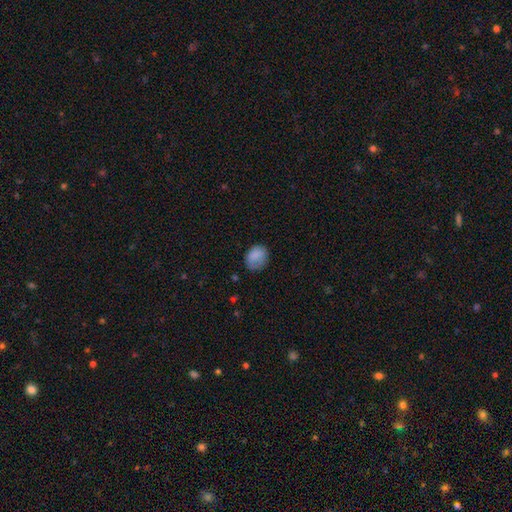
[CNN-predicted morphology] smooth_or_featured: smooth (p=0.83) [alt: star or artifact p=0.08]
how_rounded: in between (p=0.55) [alt: round p=0.44]
merging: none (p=0.67) [alt: minor disturbance p=0.24]